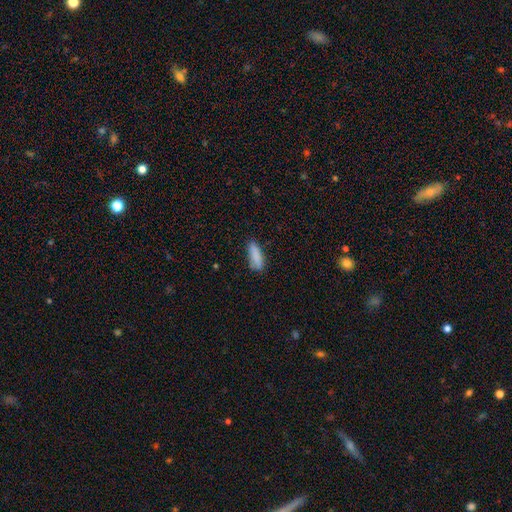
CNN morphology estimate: Smooth or featured?
  - smooth: 86% *
  - star or artifact: 7%
  - featured or disk: 7%
How rounded?
  - in between: 59% *
  - cigar-shaped: 40%
  - round: 2%
Merging?
  - none: 76% *
  - minor disturbance: 19%
  - major disturbance: 4%
  - merger: 2%